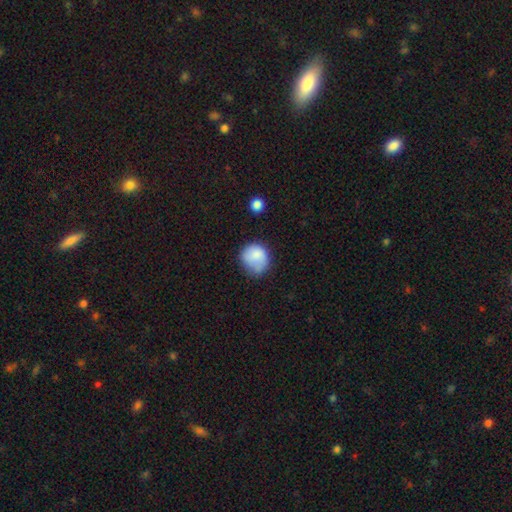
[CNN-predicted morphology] The model was most divided on "merging": none: 48%, minor disturbance: 34%, major disturbance: 13%, merger: 5%. More confident: smooth or featured — smooth (80%); how rounded — round (76%).